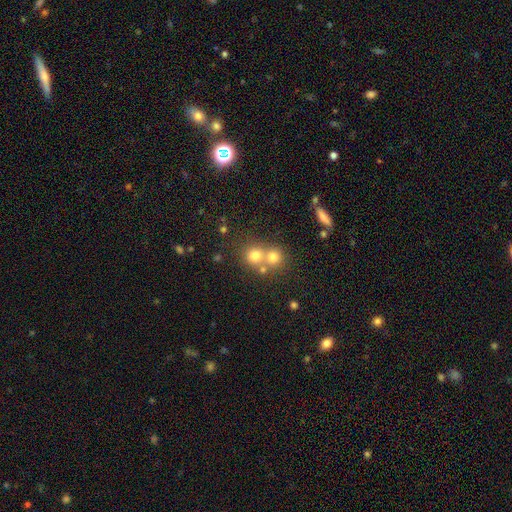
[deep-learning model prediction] smooth 72%, star or artifact 15%, featured or disk 13%. Down the decision tree: how rounded — round (85%); merging — merger (49%).